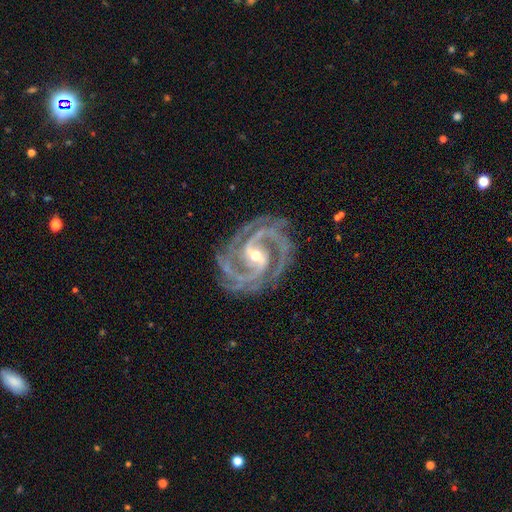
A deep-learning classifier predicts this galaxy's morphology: smooth-or-featured: featured or disk: 94% | star or artifact: 4% | smooth: 2%
  disk-edge-on: no: 98% | yes: 2%
    bar: weak: 43% | strong: 38% | no: 19%
    has-spiral-arms: yes: 99% | no: 1%
      spiral-winding: medium: 50% | tight: 44% | loose: 6%
      spiral-arm-count: 2: 54% | 3: 23% | 4: 7% | can't tell: 6% | more than 4: 5% | 1: 5%
    bulge-size: small: 52% | moderate: 45% | large: 2% | none: 1% | dominant: 1%
  merging: none: 78% | minor disturbance: 15% | major disturbance: 6% | merger: 1%